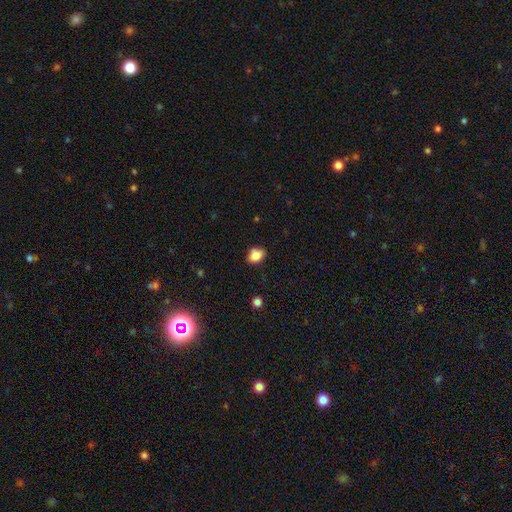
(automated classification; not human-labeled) This appears to be a smooth galaxy with no disk features (80%) that is in between round and cigar-shaped (59%). Merging: none (73%).